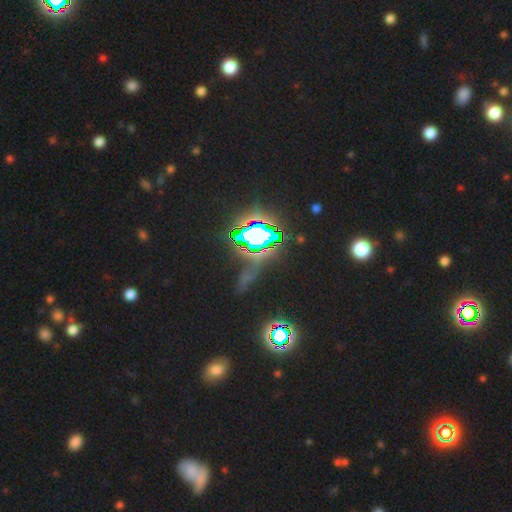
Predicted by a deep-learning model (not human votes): Q: Smooth or featured?
A: star or artifact (82%); runner-up: smooth (11%)